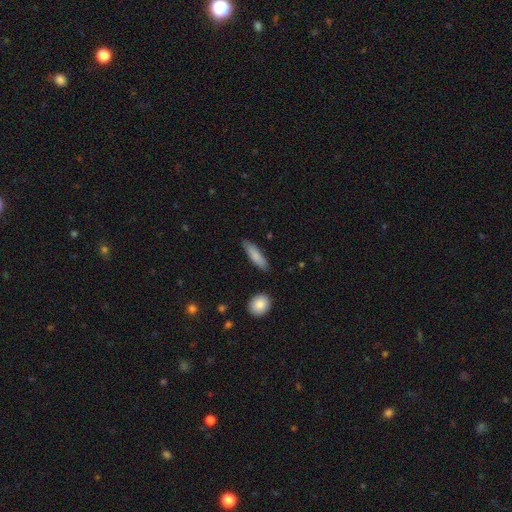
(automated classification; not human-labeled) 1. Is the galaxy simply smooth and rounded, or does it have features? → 83% smooth, 11% featured or disk, 6% star or artifact.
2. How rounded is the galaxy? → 65% cigar-shaped, 33% in between, 2% round.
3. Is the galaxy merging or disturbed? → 83% none, 12% minor disturbance, 2% major disturbance, 2% merger.